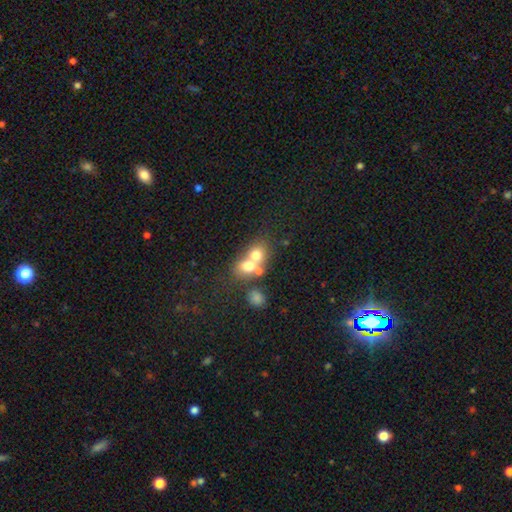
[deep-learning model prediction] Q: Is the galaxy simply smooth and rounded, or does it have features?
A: smooth — 67%.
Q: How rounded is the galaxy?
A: round — 59%.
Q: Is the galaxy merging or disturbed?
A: merger — 65%.